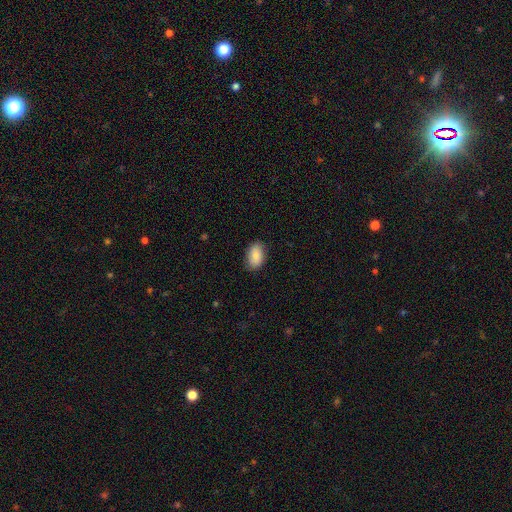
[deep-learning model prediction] This is clearly a smooth galaxy (85%). How rounded: clearly in between (91%). Merging: clearly none (85%).